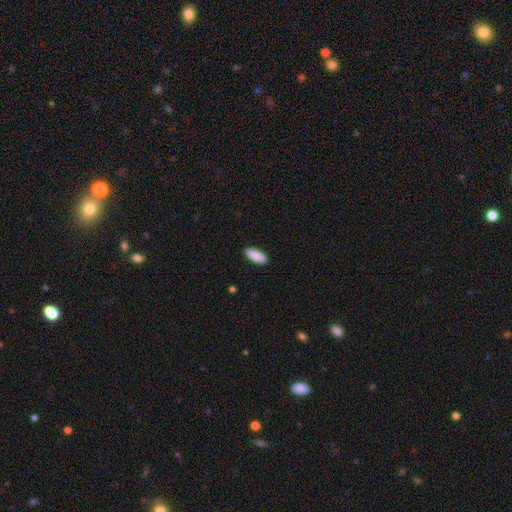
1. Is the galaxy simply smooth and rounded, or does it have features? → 92% smooth, 5% star or artifact, 3% featured or disk.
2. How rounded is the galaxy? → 82% in between, 18% cigar-shaped, 0% round.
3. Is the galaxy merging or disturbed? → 94% none, 6% minor disturbance, 0% major disturbance, 0% merger.